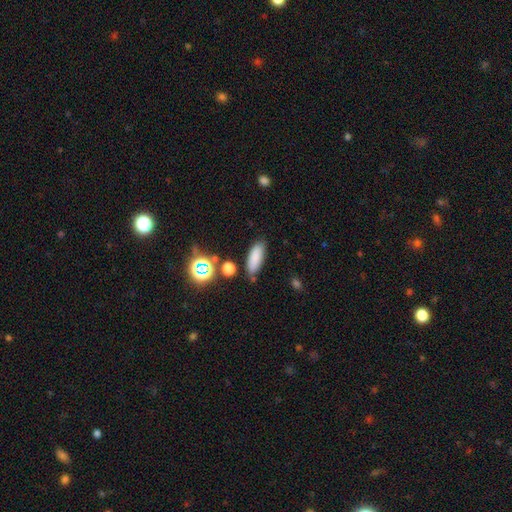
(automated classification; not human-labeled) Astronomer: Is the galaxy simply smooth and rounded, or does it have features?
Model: smooth — 81%.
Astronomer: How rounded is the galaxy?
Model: in between — 66%.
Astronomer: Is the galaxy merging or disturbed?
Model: none — 79%.